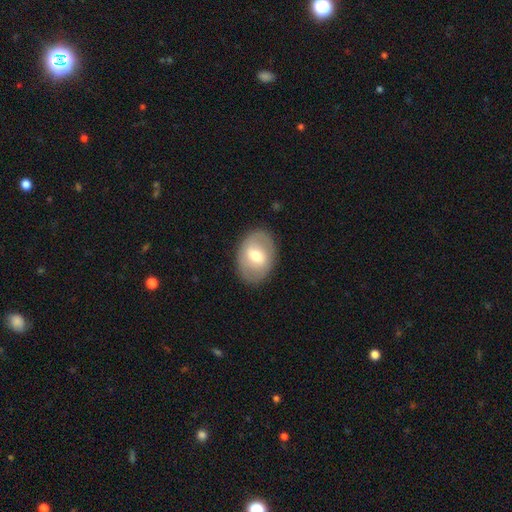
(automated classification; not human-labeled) Overall: smooth (54%; featured or disk 40%). How rounded: in between (71%). Merging: none (85%).